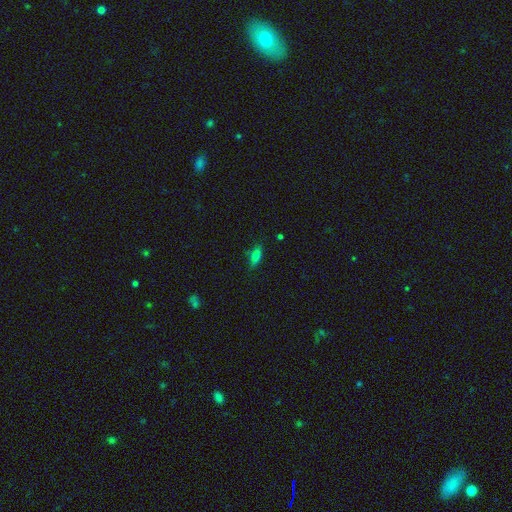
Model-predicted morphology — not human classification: A smooth galaxy with no disk features (74%) that is in between round and cigar-shaped (65%). Merging: none (82%).